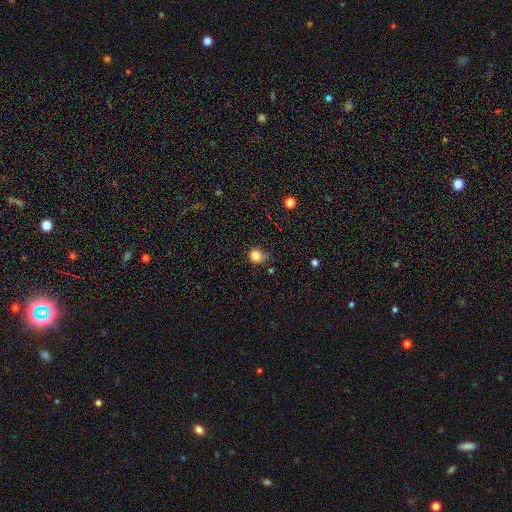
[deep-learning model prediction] The model was most divided on "merging": none: 58%, minor disturbance: 31%, major disturbance: 8%, merger: 3%. More confident: smooth or featured — smooth (82%); how rounded — round (79%).